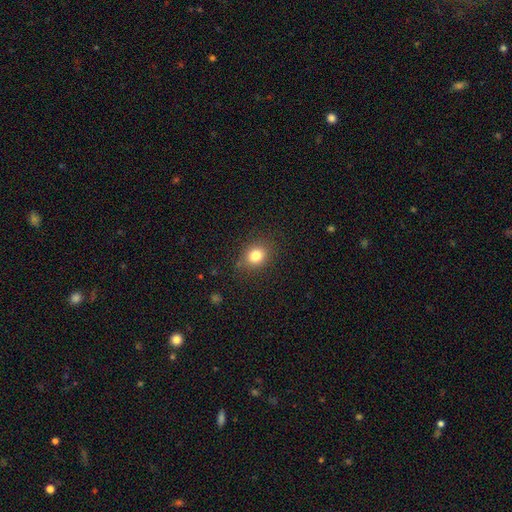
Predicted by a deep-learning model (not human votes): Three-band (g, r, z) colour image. It shows a smooth galaxy with no disk features (80%) that is round (64%). Merging: none (84%).